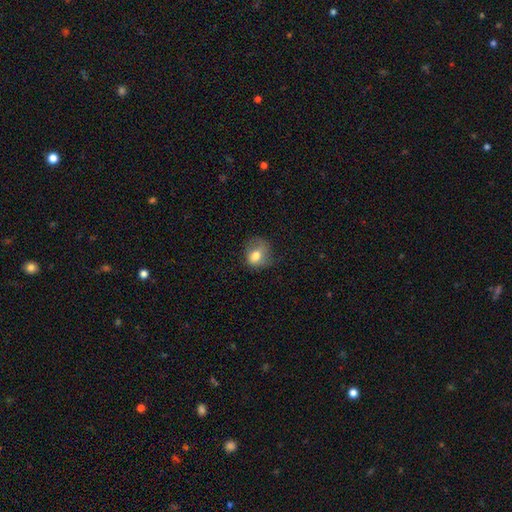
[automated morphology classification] This is likely a smooth galaxy (70%). How rounded: possibly round (57%). Merging: possibly none (47%).